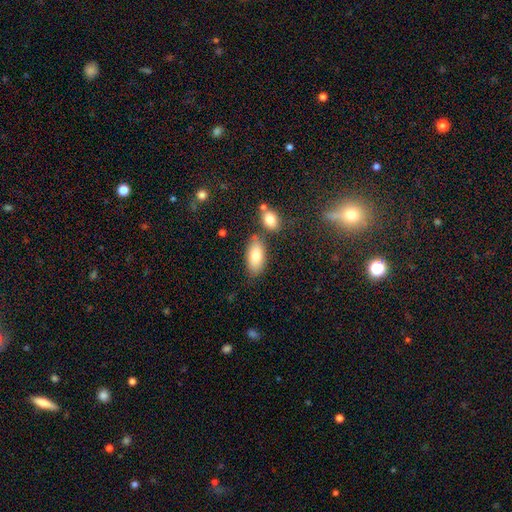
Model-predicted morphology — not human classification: Q: Smooth or featured?
A: smooth (80%); runner-up: featured or disk (13%)
Q: How rounded?
A: in between (90%); runner-up: cigar-shaped (7%)
Q: Merging?
A: none (72%); runner-up: minor disturbance (13%)